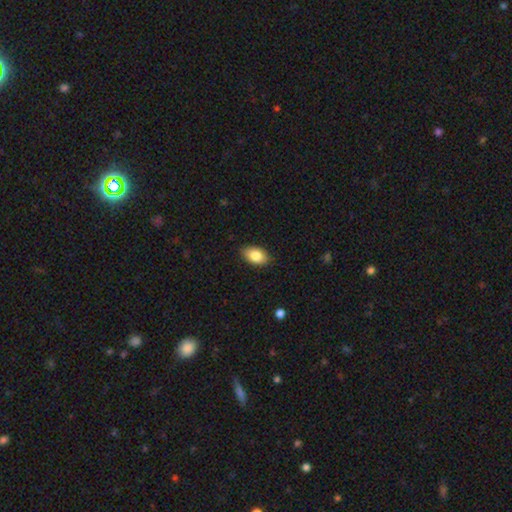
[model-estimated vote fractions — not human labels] smooth 84%, featured or disk 9%, star or artifact 7%. Down the decision tree: how rounded — in between (91%); merging — none (86%).